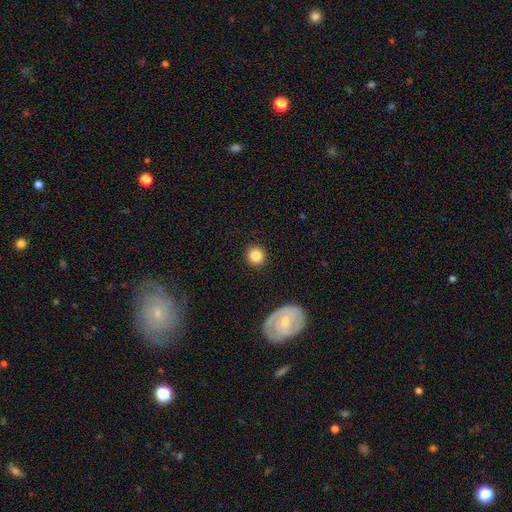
A smooth galaxy with no disk features (80%) that is round (94%).

Vote fractions:
- Smooth or featured? smooth: 80% / featured or disk: 10% / star or artifact: 10%
- How rounded? round: 94% / in between: 6% / cigar-shaped: 0%
- Merging? none: 78% / minor disturbance: 11% / major disturbance: 6% / merger: 6%